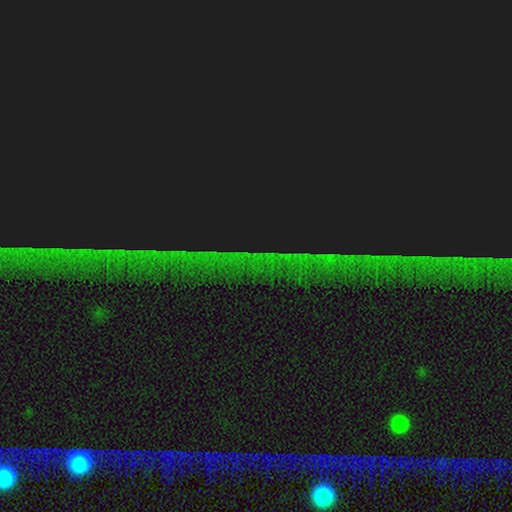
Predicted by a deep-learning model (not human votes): Morphology: type=star or artifact (86%).